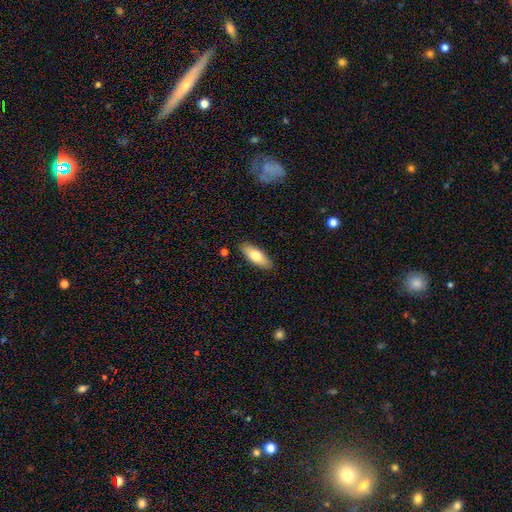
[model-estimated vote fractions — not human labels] Smooth or featured: smooth — 73% (featured or disk — 21%)
How rounded: in between — 74% (cigar-shaped — 24%)
Merging: none — 87% (minor disturbance — 10%)